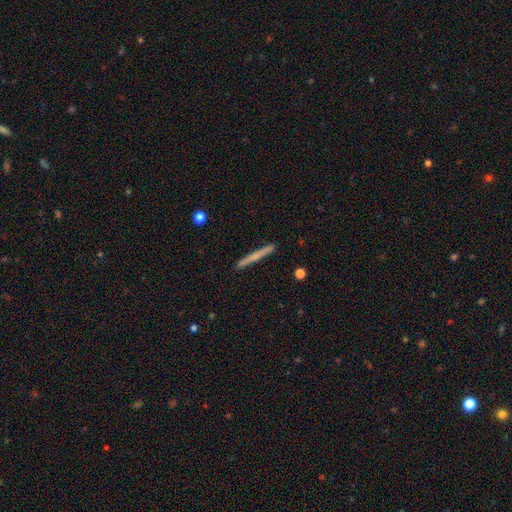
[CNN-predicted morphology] smooth_or_featured: smooth (p=0.53) [alt: featured or disk p=0.41]
how_rounded: cigar-shaped (p=0.97) [alt: in between p=0.02]
merging: none (p=0.91) [alt: minor disturbance p=0.06]